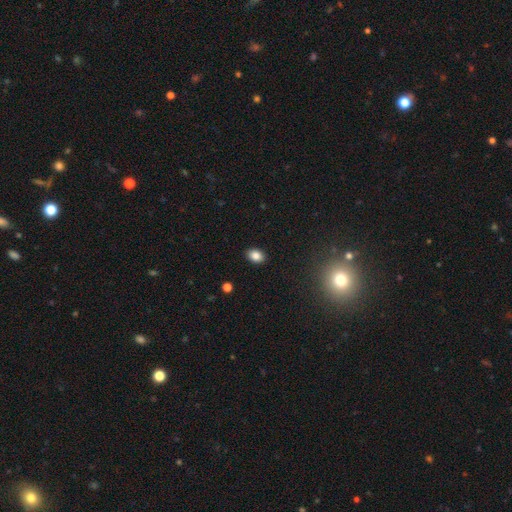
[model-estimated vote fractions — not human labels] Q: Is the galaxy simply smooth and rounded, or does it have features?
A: smooth — 85%.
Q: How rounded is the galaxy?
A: in between — 75%.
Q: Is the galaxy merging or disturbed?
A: none — 90%.